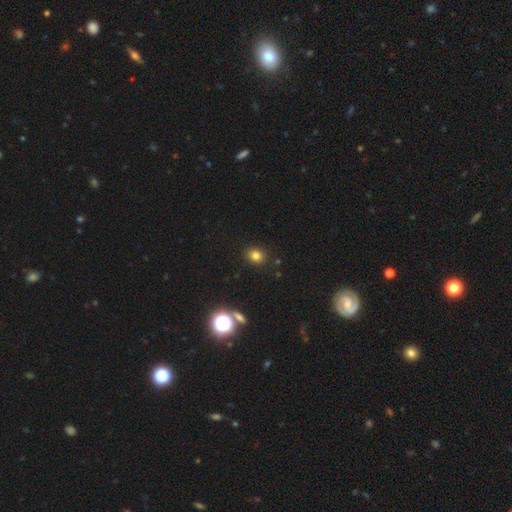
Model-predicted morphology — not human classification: This appears to be a smooth galaxy with no disk features (78%) that is round (74%). Merging: none (89%).